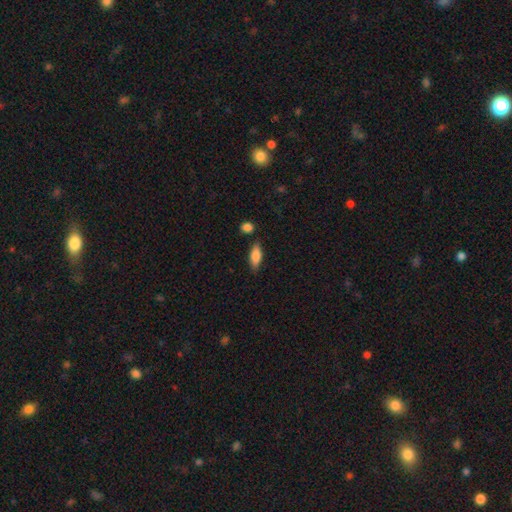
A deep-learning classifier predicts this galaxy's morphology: This appears to be a smooth galaxy with no disk features (81%) that is in between round and cigar-shaped (71%). Merging: none (78%).